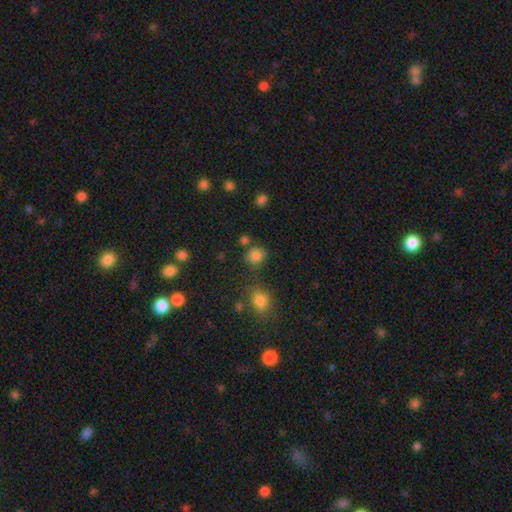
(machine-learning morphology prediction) Overall: smooth (81%). How rounded: round (79%). Merging: none (71%).